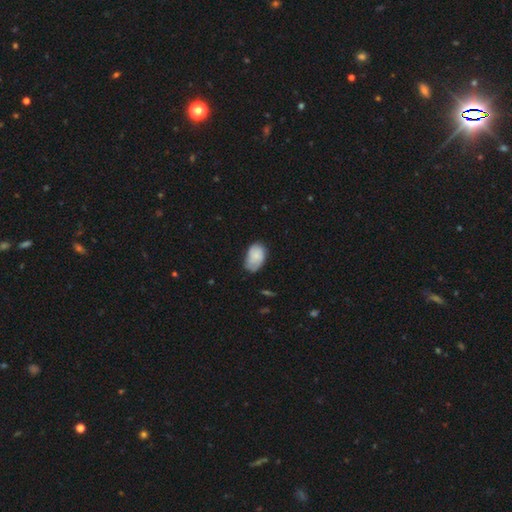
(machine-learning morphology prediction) smooth-or-featured: smooth: 75% | featured or disk: 18% | star or artifact: 7%
  how-rounded: in between: 90% | round: 9% | cigar-shaped: 1%
  merging: none: 55% | minor disturbance: 35% | major disturbance: 8% | merger: 2%